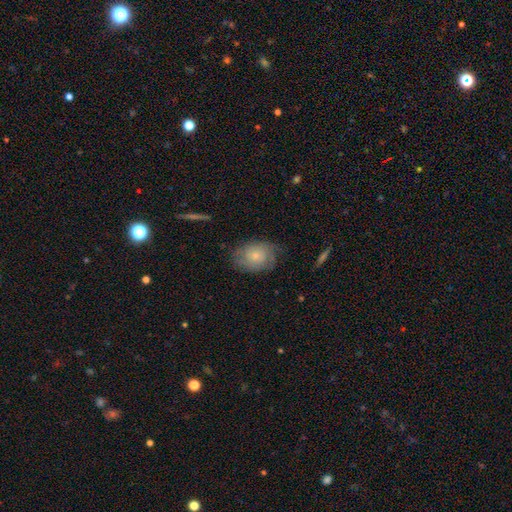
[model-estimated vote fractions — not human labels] The model was most divided on "smooth or featured": smooth: 47%, featured or disk: 45%, star or artifact: 8%. More confident: merging — none (66%).